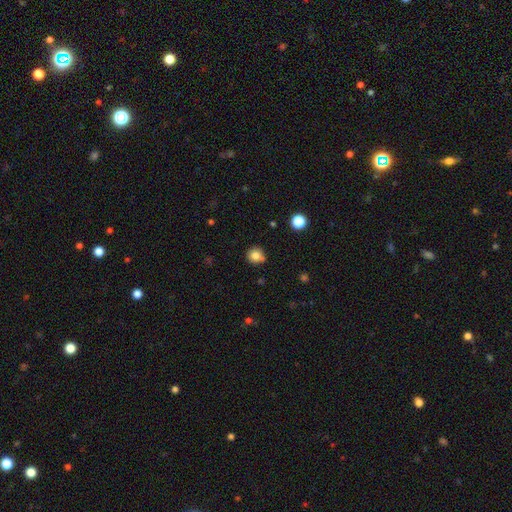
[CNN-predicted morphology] The model was most divided on "merging": none: 75%, minor disturbance: 15%, merger: 7%, major disturbance: 3%. More confident: how rounded — round (90%); smooth or featured — smooth (81%).